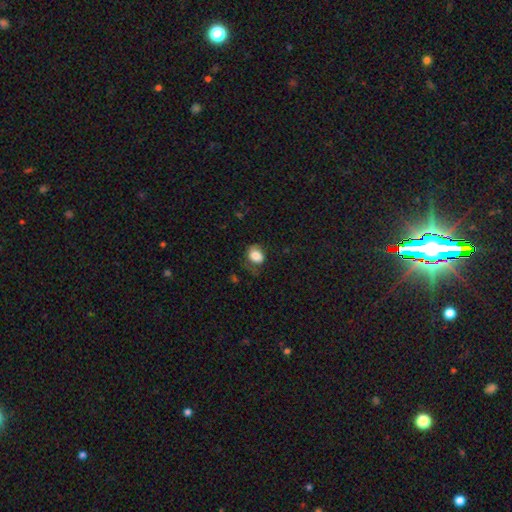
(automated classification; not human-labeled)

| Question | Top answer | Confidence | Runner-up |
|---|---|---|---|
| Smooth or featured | smooth | 82% | featured or disk (10%) |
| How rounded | in between | 52% | round (47%) |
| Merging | none | 57% | minor disturbance (27%) |